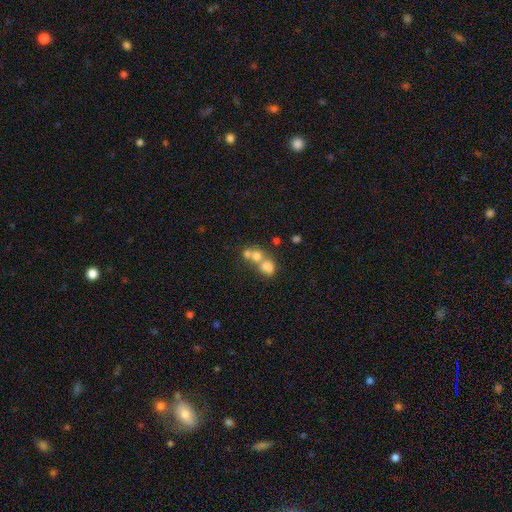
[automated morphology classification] type=smooth (66%); roundness=round (72%); merging=merger (64%).